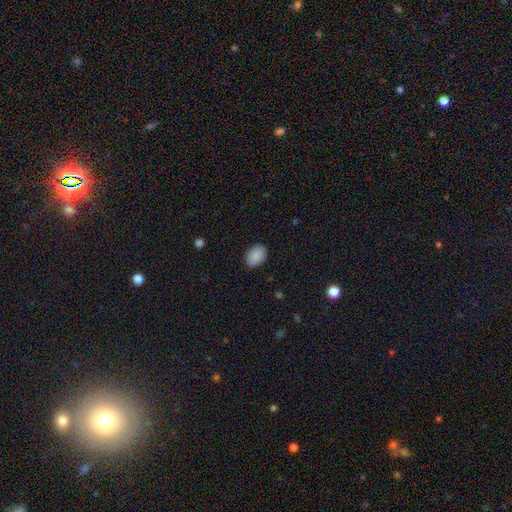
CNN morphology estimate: This is clearly a smooth galaxy (89%). How rounded: clearly in between (83%). Merging: clearly none (88%).